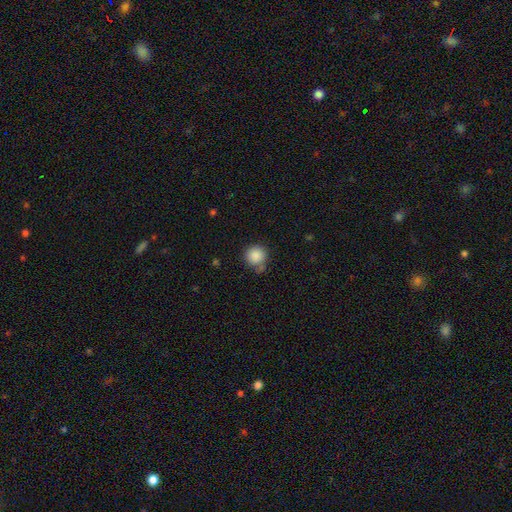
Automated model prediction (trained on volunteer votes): Overall: smooth (87%). How rounded: round (93%). Merging: none (73%).